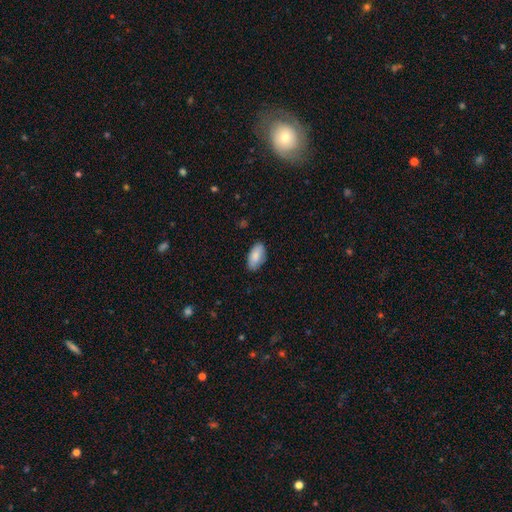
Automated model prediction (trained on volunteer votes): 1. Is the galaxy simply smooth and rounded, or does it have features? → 85% smooth, 9% featured or disk, 6% star or artifact.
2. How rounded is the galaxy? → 94% in between, 3% cigar-shaped, 3% round.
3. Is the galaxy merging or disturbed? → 82% none, 14% minor disturbance, 3% major disturbance, 1% merger.